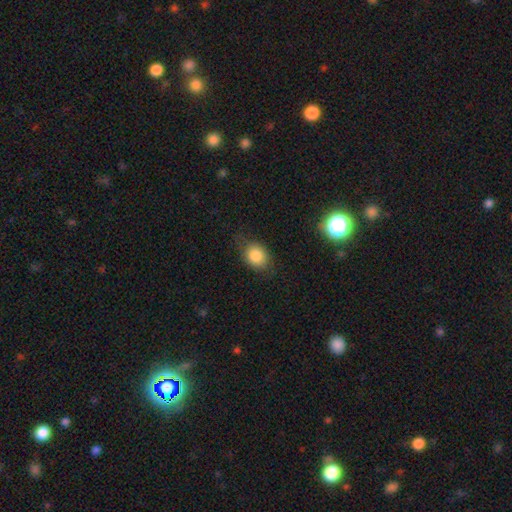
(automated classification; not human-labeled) This appears to be a smooth galaxy with no disk features (82%) that is in between round and cigar-shaped (59%). Merging: none (68%).